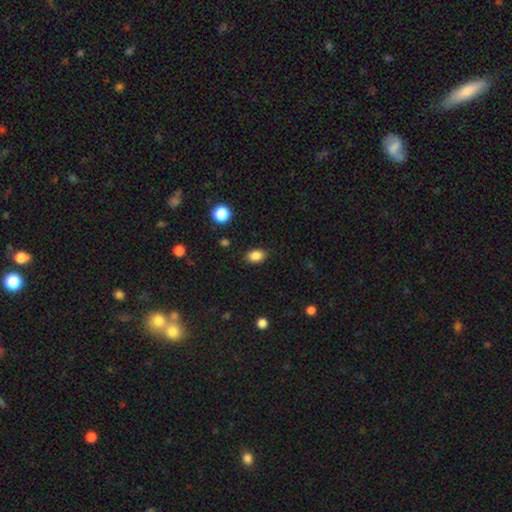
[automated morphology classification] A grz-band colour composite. It shows a smooth galaxy with no disk features (86%) that is in between round and cigar-shaped (75%). Merging: none (86%).